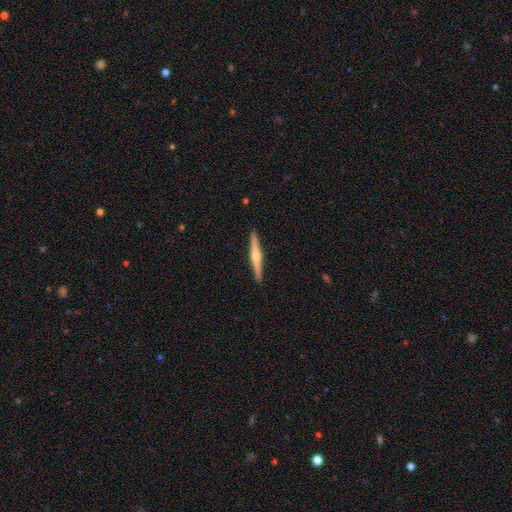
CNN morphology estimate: Smooth or featured? Predicted: featured or disk (p=0.68). Edge-on disk? Predicted: yes (p=0.98). Edge-on bulge? Predicted: rounded (p=0.83). Merging? Predicted: none (p=0.92).